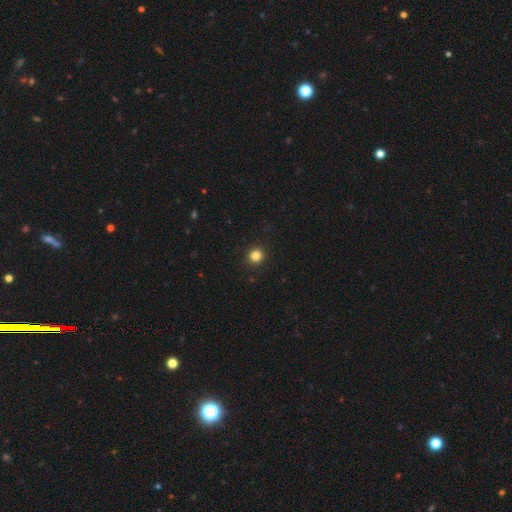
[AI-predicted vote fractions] Smooth or featured? Predicted: smooth (p=0.84). How rounded? Predicted: round (p=0.92). Merging? Predicted: none (p=0.93).